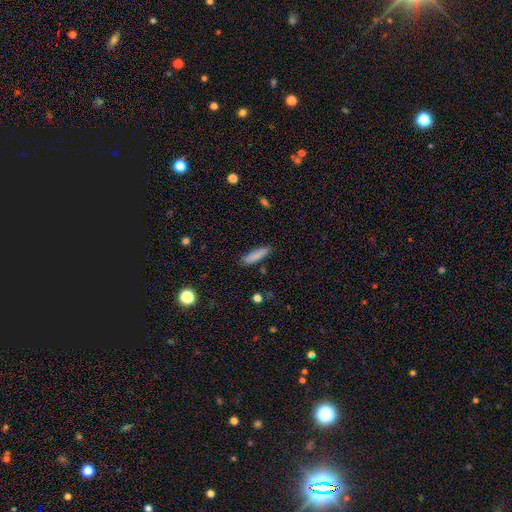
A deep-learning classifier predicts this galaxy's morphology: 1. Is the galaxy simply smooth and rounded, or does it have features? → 85% smooth, 7% featured or disk, 7% star or artifact.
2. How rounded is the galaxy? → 72% cigar-shaped, 27% in between, 2% round.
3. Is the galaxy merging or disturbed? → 85% none, 11% minor disturbance, 2% major disturbance, 2% merger.